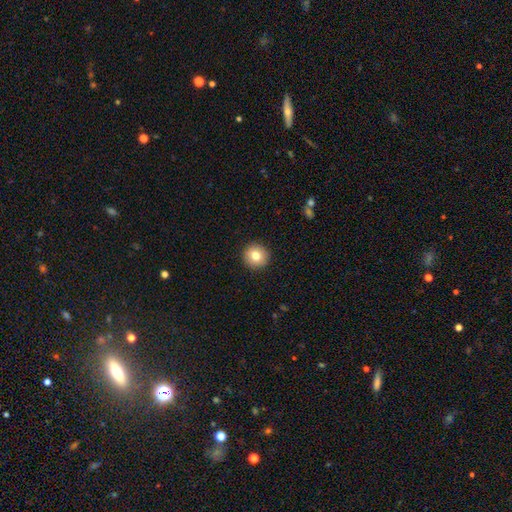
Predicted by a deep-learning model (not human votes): A smooth galaxy with no disk features (79%) that is round (95%).

Vote fractions:
- Smooth or featured? smooth: 79% / featured or disk: 11% / star or artifact: 10%
- How rounded? round: 95% / in between: 4% / cigar-shaped: 1%
- Merging? none: 93% / minor disturbance: 5% / major disturbance: 2% / merger: 1%